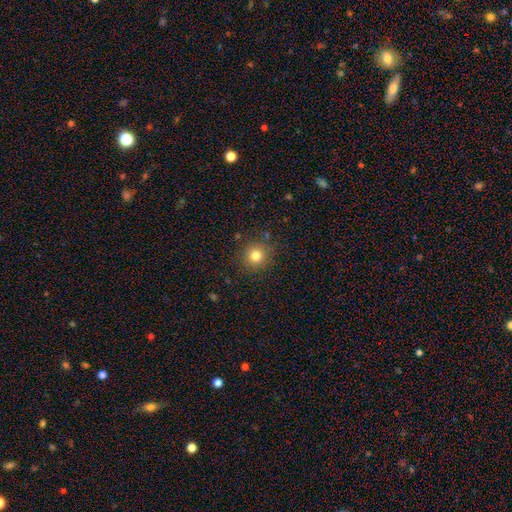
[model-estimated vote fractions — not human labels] smooth_or_featured: smooth (p=0.80) [alt: star or artifact p=0.13]
how_rounded: round (p=0.93) [alt: in between p=0.06]
merging: none (p=0.87) [alt: minor disturbance p=0.08]